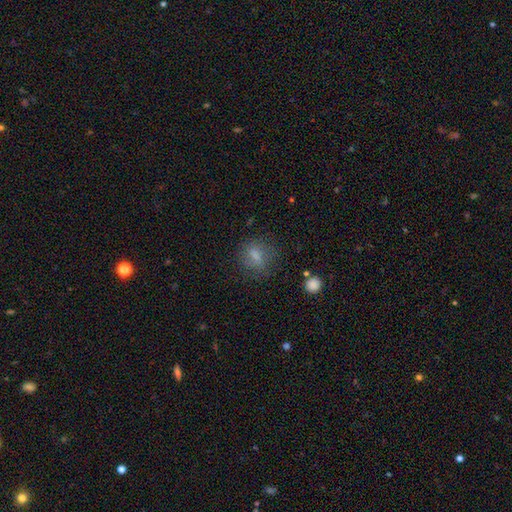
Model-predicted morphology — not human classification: Q: Smooth or featured?
A: smooth (71%); runner-up: featured or disk (16%)
Q: How rounded?
A: round (51%); runner-up: in between (43%)
Q: Merging?
A: none (71%); runner-up: minor disturbance (17%)